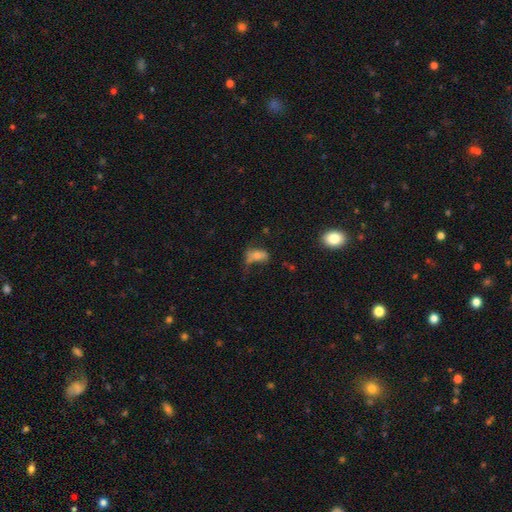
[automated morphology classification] This is likely a smooth galaxy (63%). How rounded: clearly in between (85%). Merging: marginally none (35%).